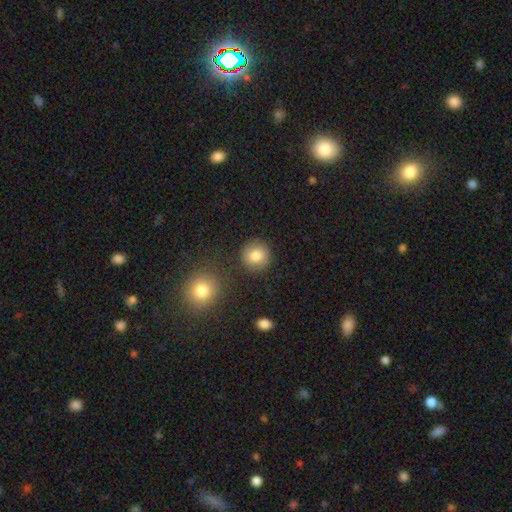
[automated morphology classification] Smooth or featured: smooth — 82% (featured or disk — 9%)
How rounded: round — 90% (in between — 9%)
Merging: none — 84% (minor disturbance — 9%)